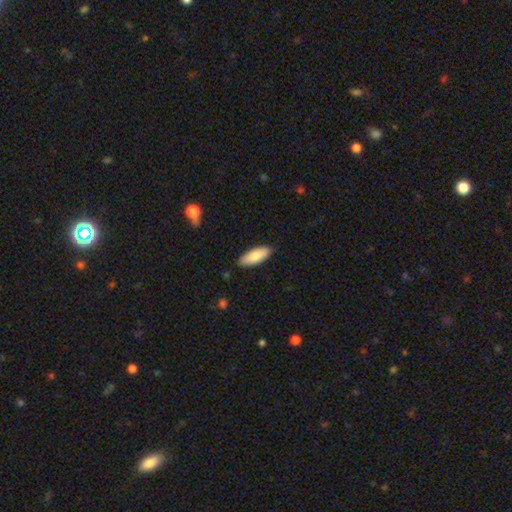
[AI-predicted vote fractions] Q: Smooth or featured?
A: smooth (81%); runner-up: featured or disk (14%)
Q: How rounded?
A: in between (78%); runner-up: cigar-shaped (21%)
Q: Merging?
A: none (87%); runner-up: minor disturbance (10%)